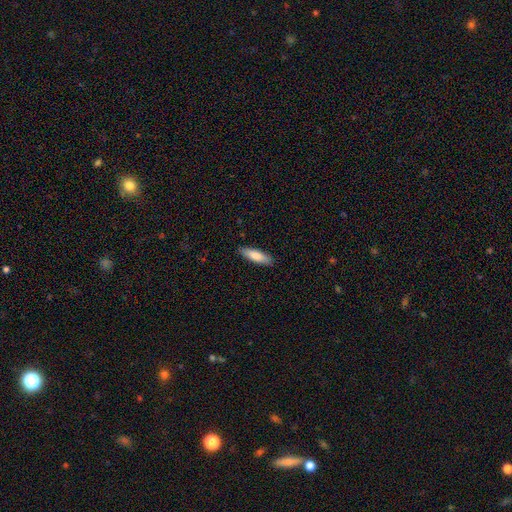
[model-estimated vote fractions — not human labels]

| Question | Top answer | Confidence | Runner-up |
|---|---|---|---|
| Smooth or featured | smooth | 82% | featured or disk (13%) |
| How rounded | cigar-shaped | 54% | in between (45%) |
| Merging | none | 88% | minor disturbance (9%) |